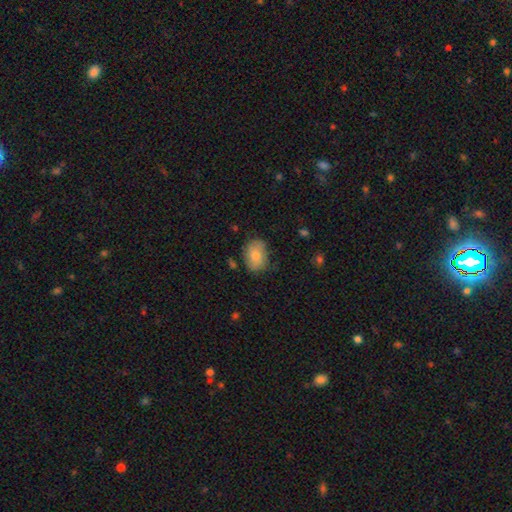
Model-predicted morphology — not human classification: Smooth or featured? Predicted: smooth (p=0.76). How rounded? Predicted: in between (p=0.74). Merging? Predicted: none (p=0.72).